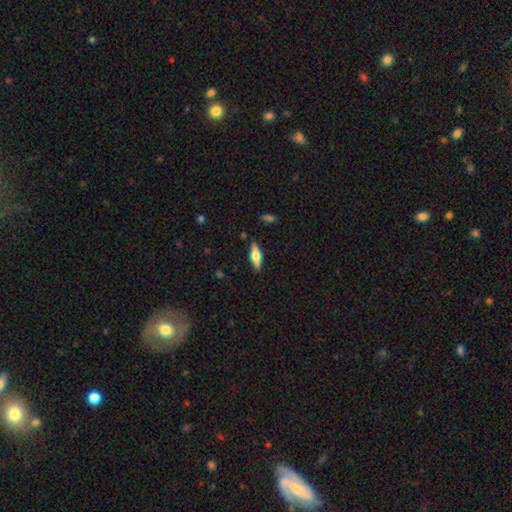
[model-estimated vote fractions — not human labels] The model was most divided on "smooth or featured": featured or disk: 48%, smooth: 46%, star or artifact: 6%. More confident: merging — none (88%).